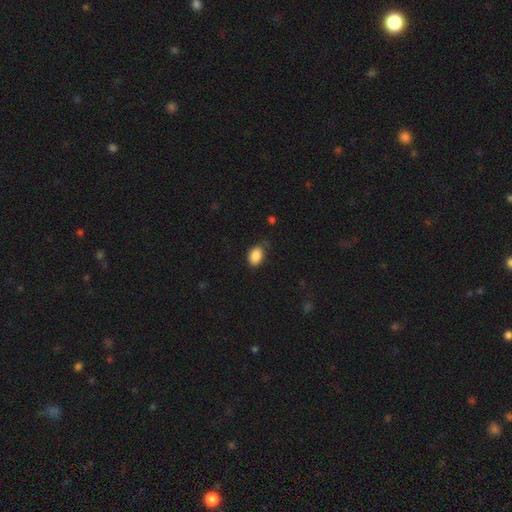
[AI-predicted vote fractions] The model was most divided on "merging": none: 70%, minor disturbance: 24%, major disturbance: 5%, merger: 2%. More confident: smooth or featured — smooth (88%); how rounded — in between (81%).